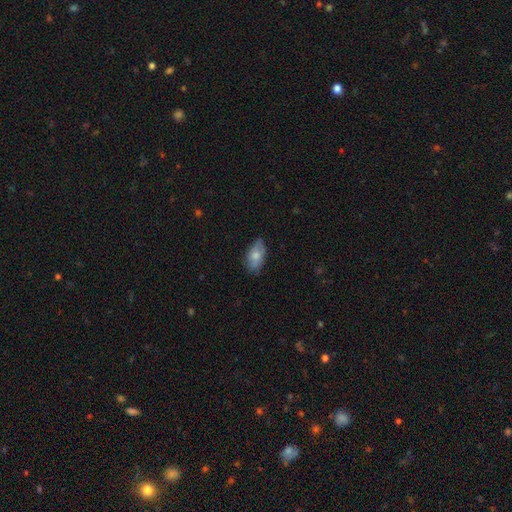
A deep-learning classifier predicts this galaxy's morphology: The model was most divided on "merging": none: 68%, minor disturbance: 26%, major disturbance: 5%, merger: 1%. More confident: how rounded — in between (92%); smooth or featured — smooth (73%).